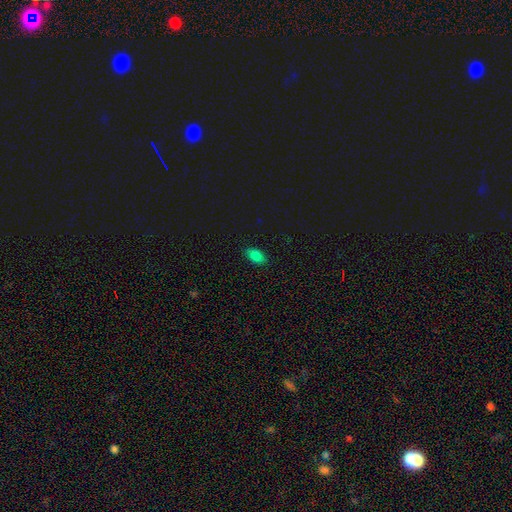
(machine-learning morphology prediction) Q: Smooth or featured?
A: smooth (83%); runner-up: star or artifact (12%)
Q: How rounded?
A: in between (92%); runner-up: round (6%)
Q: Merging?
A: none (86%); runner-up: minor disturbance (11%)